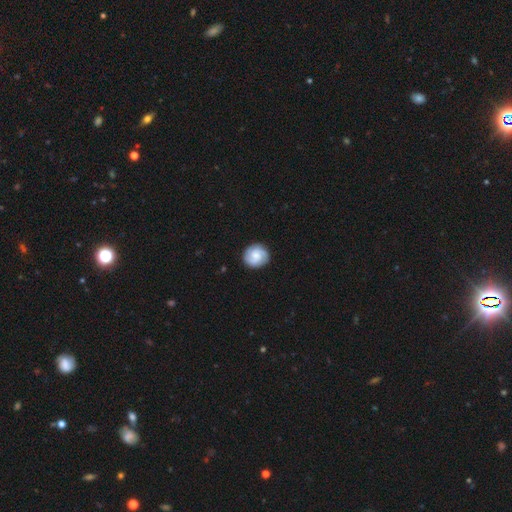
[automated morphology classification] type=featured or disk (53%); edge-on=no (98%); bar=no (60%); spiral arms=yes (93%); bulge=moderate (38%); merging=none (86%).